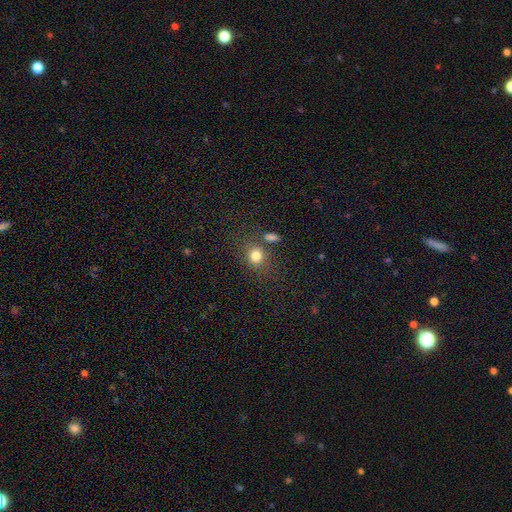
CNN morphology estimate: Smooth or featured: smooth — 79% (star or artifact — 13%)
How rounded: round — 67% (in between — 31%)
Merging: none — 67% (merger — 14%)